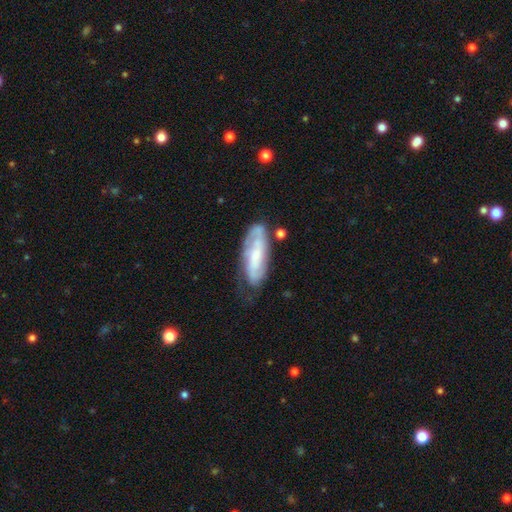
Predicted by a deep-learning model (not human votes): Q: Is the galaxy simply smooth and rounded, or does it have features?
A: featured or disk — 66%.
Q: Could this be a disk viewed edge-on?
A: no — 86%.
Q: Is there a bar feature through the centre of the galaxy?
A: no — 51%.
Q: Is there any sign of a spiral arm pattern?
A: yes — 85%.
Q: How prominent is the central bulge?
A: small — 58%.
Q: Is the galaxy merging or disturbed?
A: none — 59%.